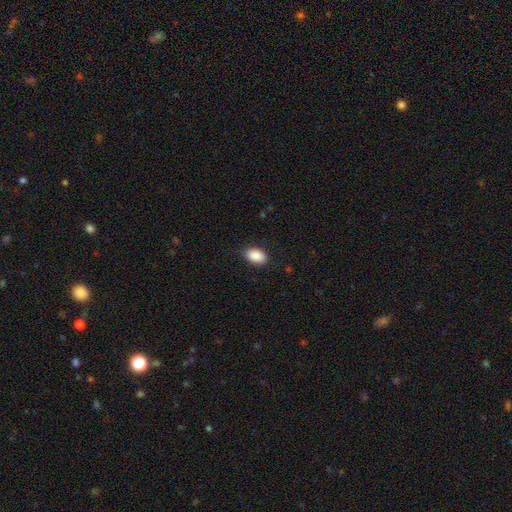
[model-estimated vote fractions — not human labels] A smooth galaxy with no disk features (90%) that is in between round and cigar-shaped (89%). Merging: none (85%).